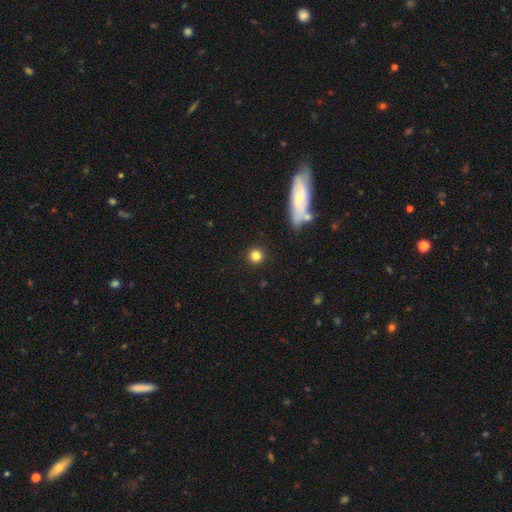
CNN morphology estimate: smooth_or_featured: smooth (p=0.82) [alt: star or artifact p=0.11]
how_rounded: round (p=0.94) [alt: in between p=0.05]
merging: none (p=0.90) [alt: minor disturbance p=0.06]